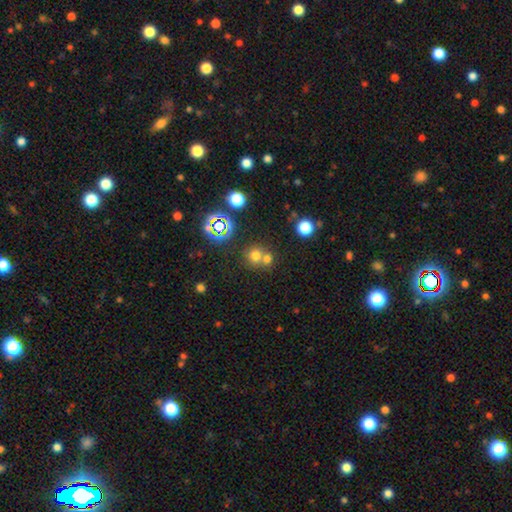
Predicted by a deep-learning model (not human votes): Smooth or featured?
  - smooth: 67% *
  - star or artifact: 23%
  - featured or disk: 10%
How rounded?
  - round: 87% *
  - in between: 12%
  - cigar-shaped: 1%
Merging?
  - none: 51% *
  - merger: 39%
  - minor disturbance: 7%
  - major disturbance: 3%